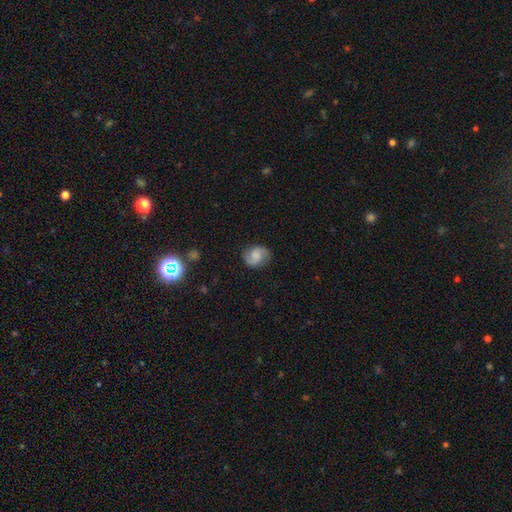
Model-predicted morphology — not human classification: Smooth or featured: featured or disk — 52% (smooth — 39%)
Edge-on disk: no — 97% (yes — 3%)
Bar: no — 53% (weak — 40%)
Spiral arms: yes — 92% (no — 8%)
Bulge size: moderate — 34% (none — 28%)
Merging: none — 80% (minor disturbance — 15%)